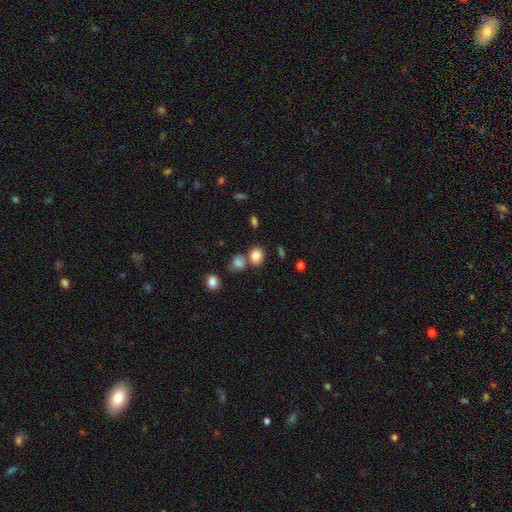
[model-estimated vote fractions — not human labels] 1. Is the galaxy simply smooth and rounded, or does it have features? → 84% smooth, 11% star or artifact, 5% featured or disk.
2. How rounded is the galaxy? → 54% round, 45% in between, 1% cigar-shaped.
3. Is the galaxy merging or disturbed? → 62% none, 23% merger, 12% minor disturbance, 4% major disturbance.